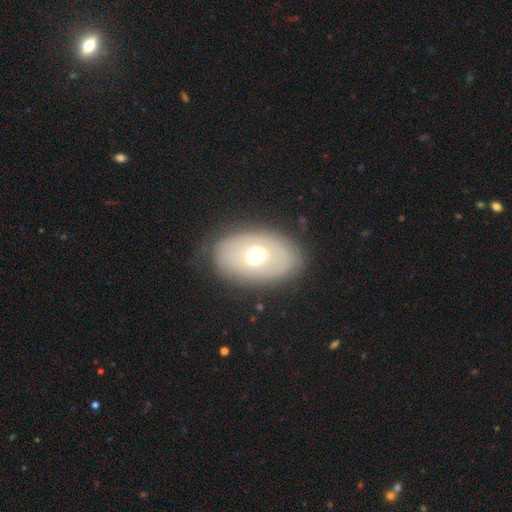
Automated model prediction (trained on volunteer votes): This is possibly a smooth galaxy (51%). How rounded: clearly in between (80%). Merging: likely none (78%).